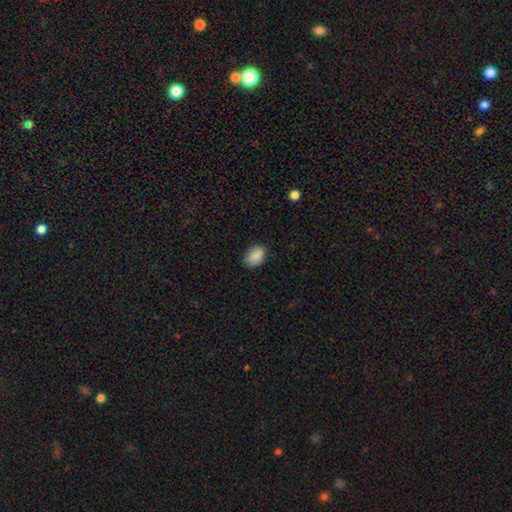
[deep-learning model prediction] Smooth or featured: smooth — 88% (star or artifact — 8%)
How rounded: in between — 81% (round — 18%)
Merging: none — 81% (minor disturbance — 15%)